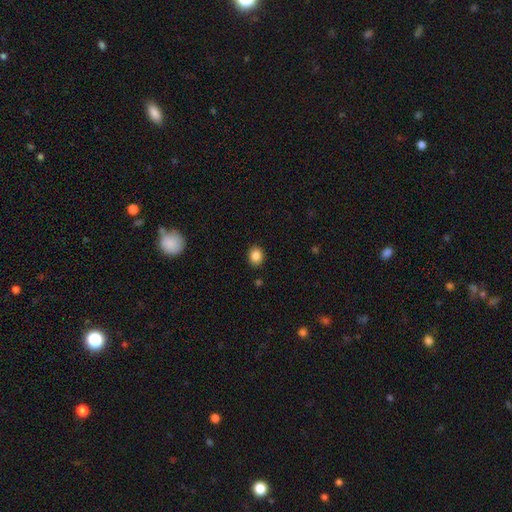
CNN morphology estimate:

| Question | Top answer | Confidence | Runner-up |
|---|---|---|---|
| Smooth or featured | smooth | 87% | star or artifact (9%) |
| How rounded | round | 55% | in between (44%) |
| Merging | none | 88% | minor disturbance (9%) |